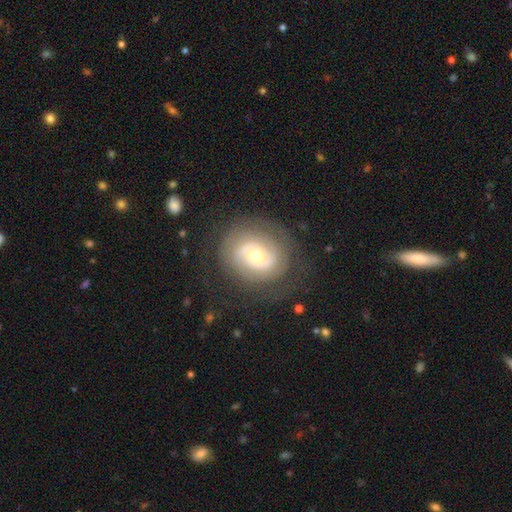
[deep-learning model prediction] This is likely a featured or disk galaxy (70%). It is clearly not viewed edge-on (97%). Bar: possibly no (56%). Spiral arm pattern: clearly yes (81%). Spiral arm count: possibly 2 (51%). Spiral winding: likely tight (62%). Central bulge: possibly moderate (49%). Merging: likely none (78%).